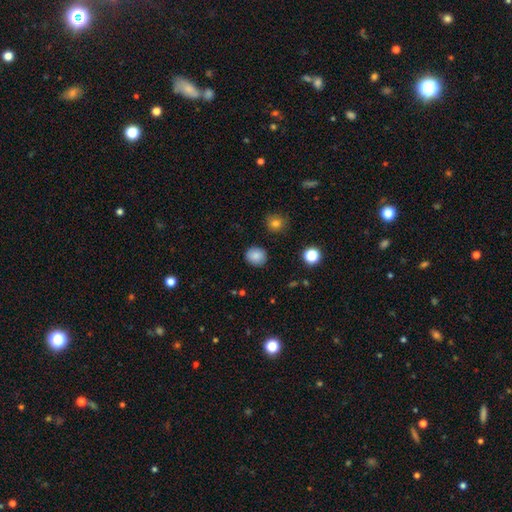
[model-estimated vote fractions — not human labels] This is clearly a smooth galaxy (85%). How rounded: clearly round (82%). Merging: clearly none (88%).